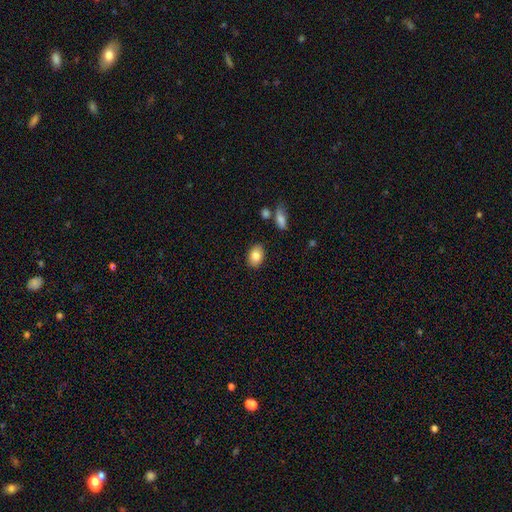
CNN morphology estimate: Smooth or featured? Predicted: smooth (p=0.83). How rounded? Predicted: in between (p=0.77). Merging? Predicted: none (p=0.86).